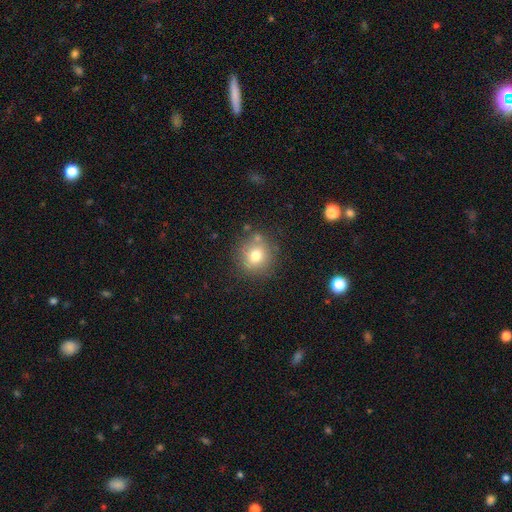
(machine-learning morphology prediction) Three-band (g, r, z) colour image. It shows a smooth galaxy with no disk features (74%) that is round (85%). Merging: none (78%).